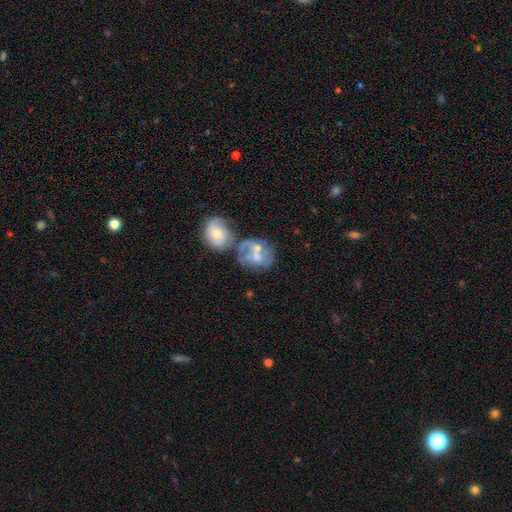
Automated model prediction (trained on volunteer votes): The model was most divided on "spiral arms": yes: 53%, no: 47%. Remaining: edge-on disk — no (97%); bar — no (62%); smooth or featured — featured or disk (54%); merging — merger (52%); bulge size — moderate (49%).